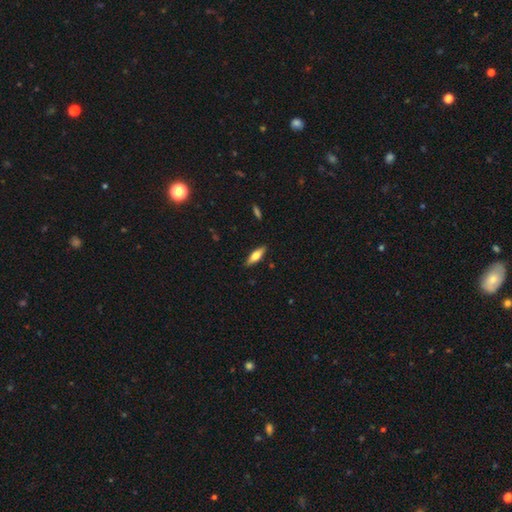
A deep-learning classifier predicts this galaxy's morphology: Smooth or featured? Predicted: smooth (p=0.57). How rounded? Predicted: in between (p=0.51). Merging? Predicted: none (p=0.88).